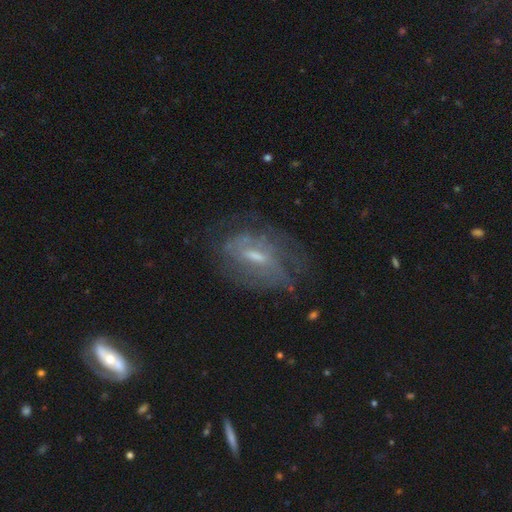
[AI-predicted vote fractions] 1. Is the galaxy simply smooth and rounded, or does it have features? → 71% featured or disk, 19% smooth, 9% star or artifact.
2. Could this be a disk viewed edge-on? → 91% no, 9% yes.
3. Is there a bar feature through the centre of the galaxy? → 53% weak, 26% no, 22% strong.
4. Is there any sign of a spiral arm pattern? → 69% yes, 31% no.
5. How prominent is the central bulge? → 44% moderate, 41% small, 10% none, 4% large, 1% dominant.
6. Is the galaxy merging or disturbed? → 57% none, 23% minor disturbance, 18% major disturbance, 2% merger.